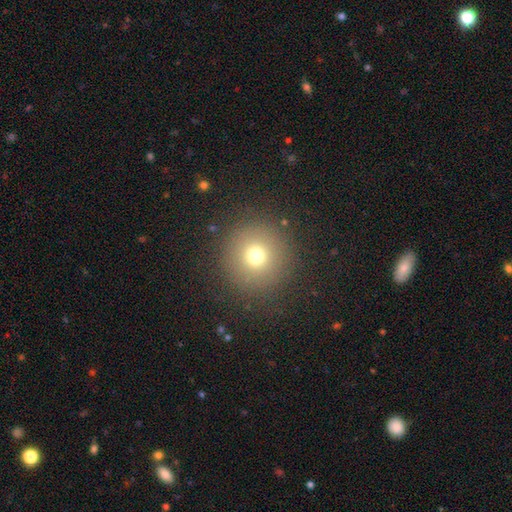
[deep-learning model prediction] This appears to be a smooth galaxy with no disk features (71%) that is round (96%). Merging: none (88%).